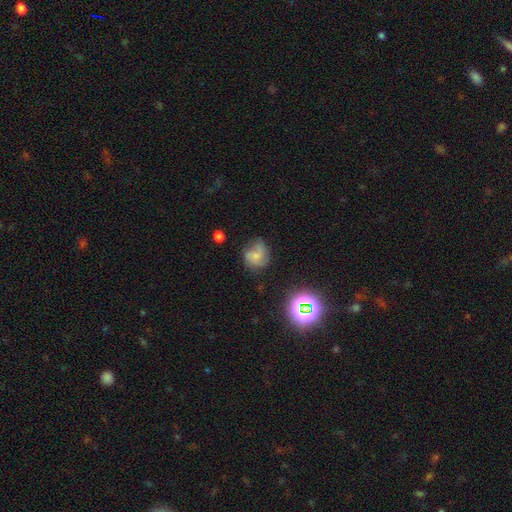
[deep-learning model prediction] A featured or disk galaxy (45%). Merging: none (54%).